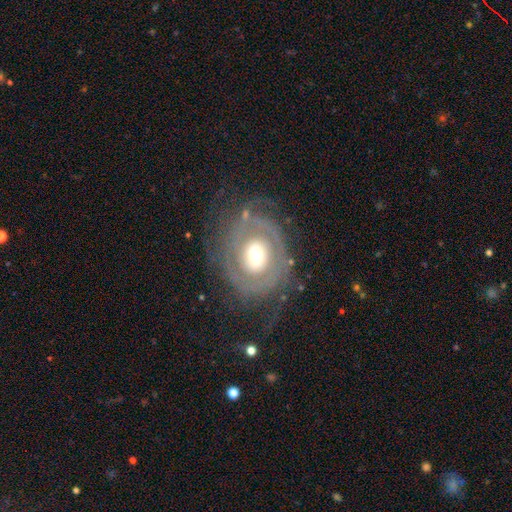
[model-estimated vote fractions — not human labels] Morphology: type=featured or disk (77%); edge-on=no (96%); bar=no (56%); spiral arms=yes (70%); winding=tight (64%); arm count=can't tell (38%); bulge=moderate (63%); merging=none (65%).